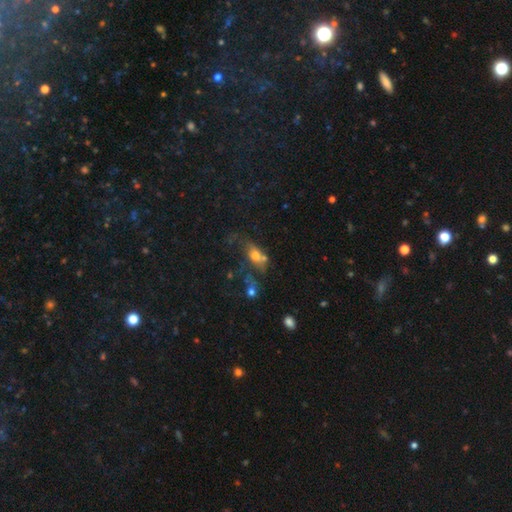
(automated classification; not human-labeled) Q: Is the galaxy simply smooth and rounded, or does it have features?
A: smooth — 61%.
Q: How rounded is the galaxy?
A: in between — 74%.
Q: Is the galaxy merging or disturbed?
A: merger — 28%.